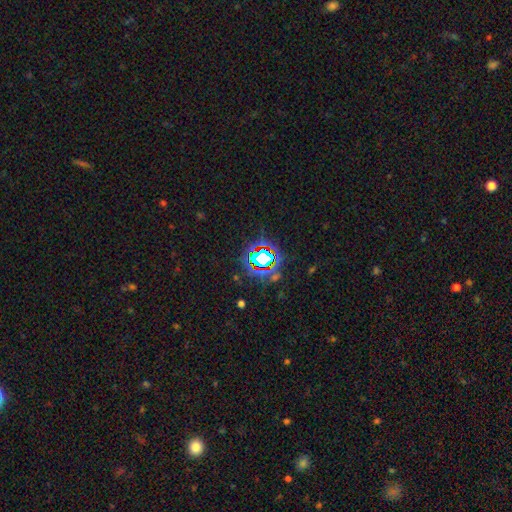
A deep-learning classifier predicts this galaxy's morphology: star or artifact 72%, smooth 17%, featured or disk 11%.